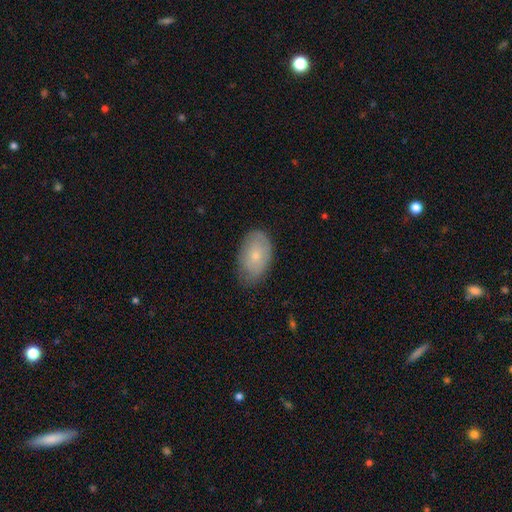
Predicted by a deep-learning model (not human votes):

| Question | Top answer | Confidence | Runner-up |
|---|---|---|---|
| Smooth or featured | smooth | 66% | featured or disk (27%) |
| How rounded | in between | 91% | round (7%) |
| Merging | none | 72% | minor disturbance (23%) |